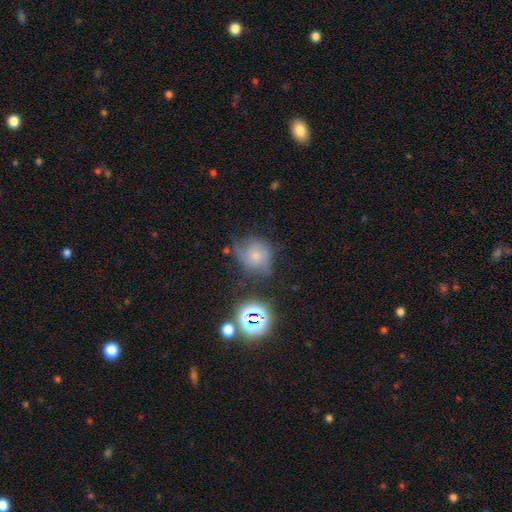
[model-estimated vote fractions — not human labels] The model was most divided on "merging": none: 49%, minor disturbance: 32%, major disturbance: 14%, merger: 5%. More confident: how rounded — round (73%); smooth or featured — smooth (52%).